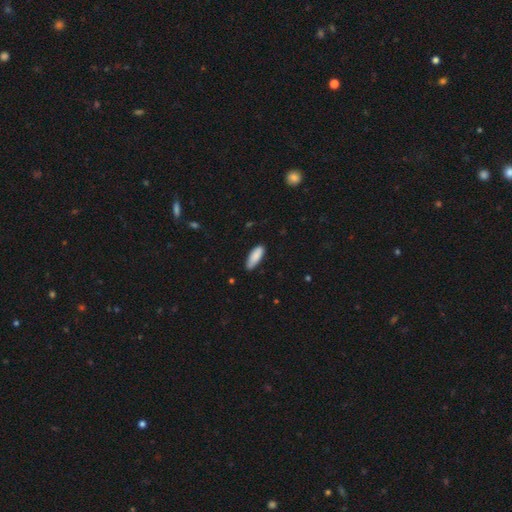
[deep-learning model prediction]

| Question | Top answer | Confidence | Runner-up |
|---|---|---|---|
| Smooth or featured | smooth | 87% | featured or disk (7%) |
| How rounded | in between | 64% | cigar-shaped (35%) |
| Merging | none | 75% | minor disturbance (21%) |